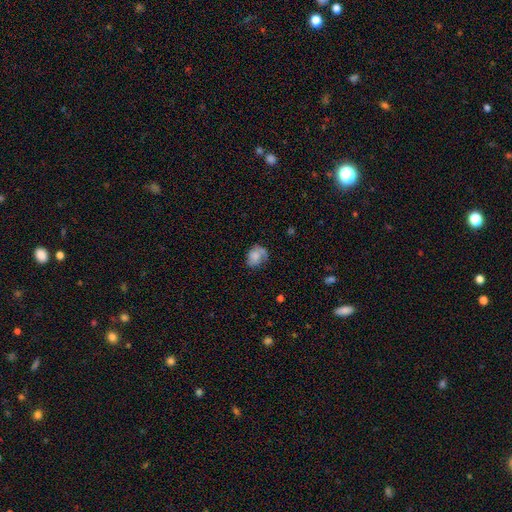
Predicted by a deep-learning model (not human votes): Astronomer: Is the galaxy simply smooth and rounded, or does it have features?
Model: smooth — 61%.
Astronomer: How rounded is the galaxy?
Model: in between — 62% (runner-up: round, 37%).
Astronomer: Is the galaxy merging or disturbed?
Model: none — 47% (runner-up: minor disturbance, 31%).